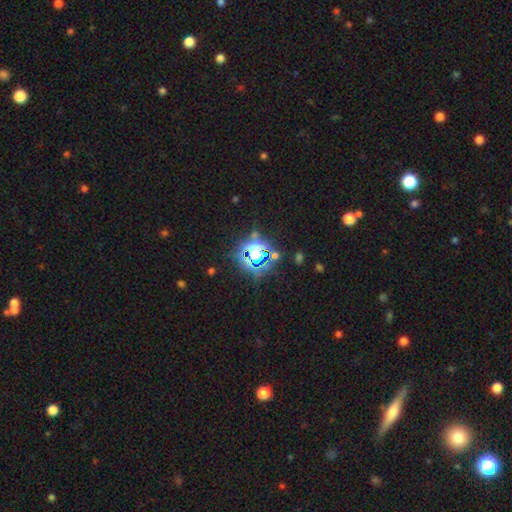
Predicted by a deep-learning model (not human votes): Smooth or featured?
  - star or artifact: 76% *
  - smooth: 15%
  - featured or disk: 8%